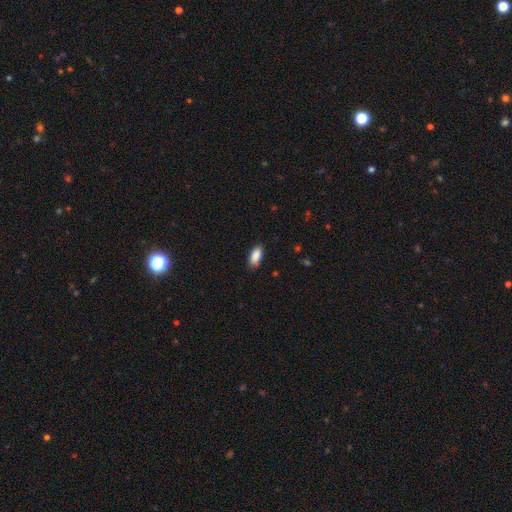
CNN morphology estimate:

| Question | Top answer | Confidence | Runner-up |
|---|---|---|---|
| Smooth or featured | smooth | 89% | star or artifact (7%) |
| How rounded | in between | 88% | cigar-shaped (10%) |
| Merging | none | 82% | minor disturbance (14%) |